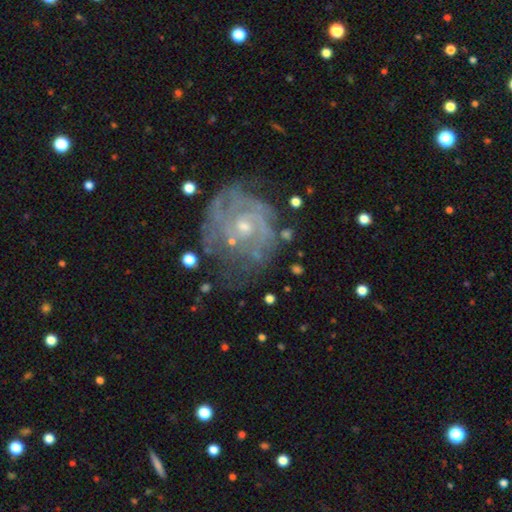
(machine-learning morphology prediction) A featured or disk galaxy (81%) with no bar (74%), tight (62%) spiral arms (83%) and a small central bulge (61%).

Vote fractions:
- Smooth or featured? featured or disk: 81% / smooth: 10% / star or artifact: 9%
- Edge-on disk? no: 97% / yes: 3%
- Bar? no: 74% / weak: 22% / strong: 4%
- Spiral arms? yes: 83% / no: 17%
- Spiral winding? tight: 62% / medium: 28% / loose: 9%
- Spiral arm count? can't tell: 47% / 2: 18% / 3: 16% / 4: 9% / 1: 6% / more than 4: 6%
- Bulge size? small: 61% / moderate: 33% / none: 3% / large: 1% / dominant: 1%
- Merging? none: 58% / minor disturbance: 22% / major disturbance: 16% / merger: 4%